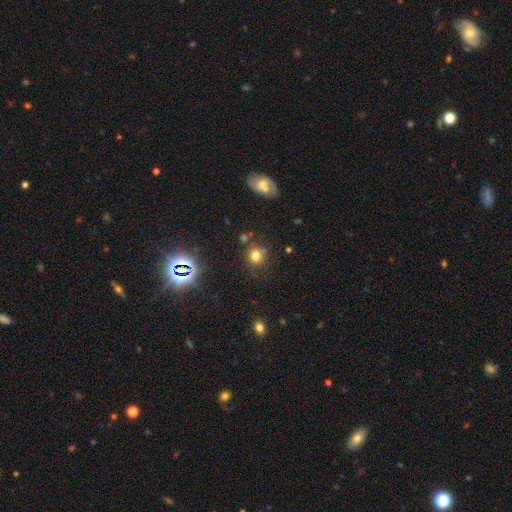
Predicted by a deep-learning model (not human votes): Smooth or featured? smooth (73%)
How rounded? round (87%)
Merging? none (74%)